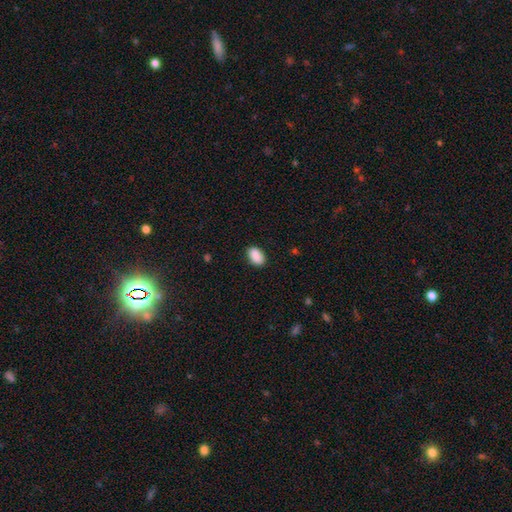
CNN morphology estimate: Smooth or featured? smooth (90%)
How rounded? in between (91%)
Merging? none (87%)